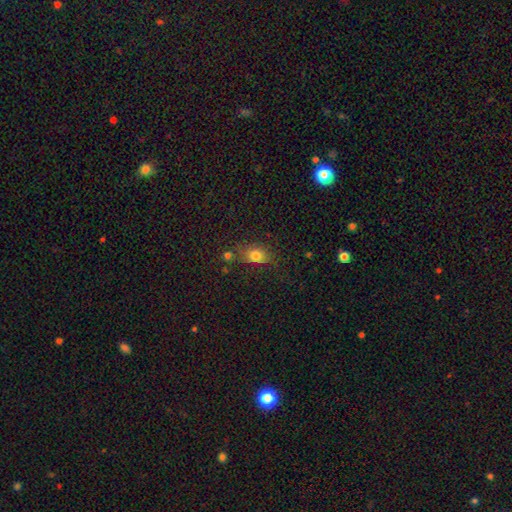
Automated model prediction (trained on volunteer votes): A smooth galaxy with no disk features (76%) that is in between round and cigar-shaped (61%).

Vote fractions:
- Smooth or featured? smooth: 76% / star or artifact: 14% / featured or disk: 10%
- How rounded? in between: 61% / round: 36% / cigar-shaped: 3%
- Merging? none: 64% / minor disturbance: 20% / major disturbance: 8% / merger: 8%